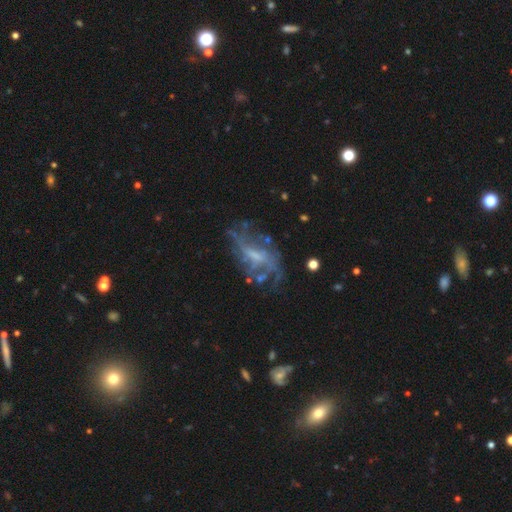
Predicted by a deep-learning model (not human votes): Smooth or featured? Predicted: featured or disk (p=0.76). Edge-on disk? Predicted: no (p=0.92). Bar? Predicted: weak (p=0.46). Spiral arms? Predicted: yes (p=0.72). Spiral winding? Predicted: loose (p=0.45). Spiral arm count? Predicted: can't tell (p=0.49). Bulge size? Predicted: small (p=0.36). Merging? Predicted: none (p=0.52).